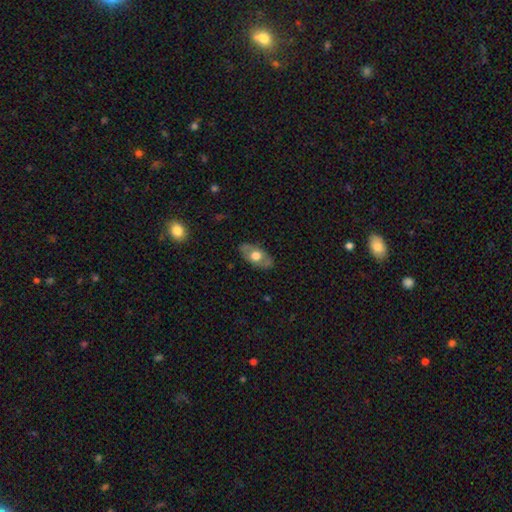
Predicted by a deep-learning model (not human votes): Smooth or featured? Predicted: smooth (p=0.51). How rounded? Predicted: in between (p=0.88). Merging? Predicted: none (p=0.81).